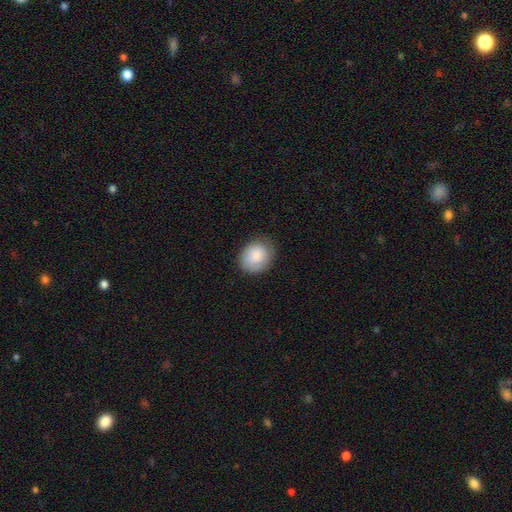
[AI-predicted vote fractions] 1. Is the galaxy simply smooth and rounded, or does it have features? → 83% smooth, 10% featured or disk, 6% star or artifact.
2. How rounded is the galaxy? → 54% round, 45% in between, 1% cigar-shaped.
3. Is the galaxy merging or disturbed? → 76% none, 18% minor disturbance, 4% major disturbance, 1% merger.